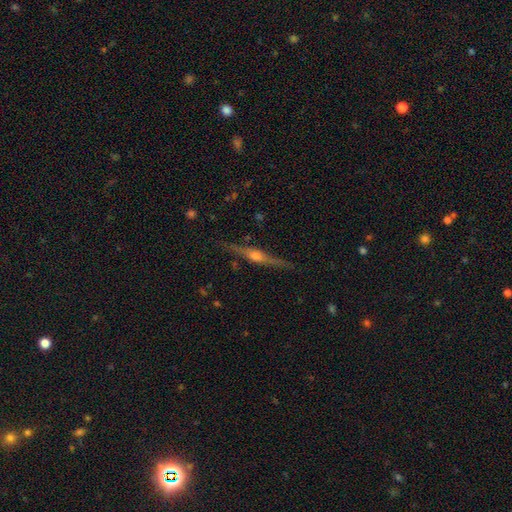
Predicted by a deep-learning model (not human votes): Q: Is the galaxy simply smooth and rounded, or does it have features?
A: featured or disk — 82%.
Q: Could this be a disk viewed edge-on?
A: yes — 98%.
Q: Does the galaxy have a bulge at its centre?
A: rounded — 88%.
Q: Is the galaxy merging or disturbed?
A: none — 88%.